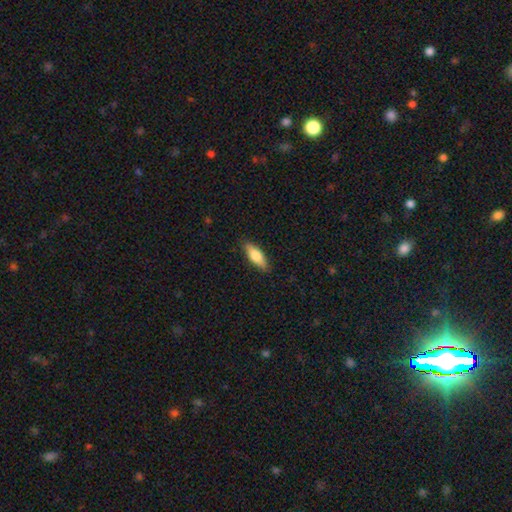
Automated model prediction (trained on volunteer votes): Morphology: type=smooth (77%); roundness=in between (64%); merging=none (87%).